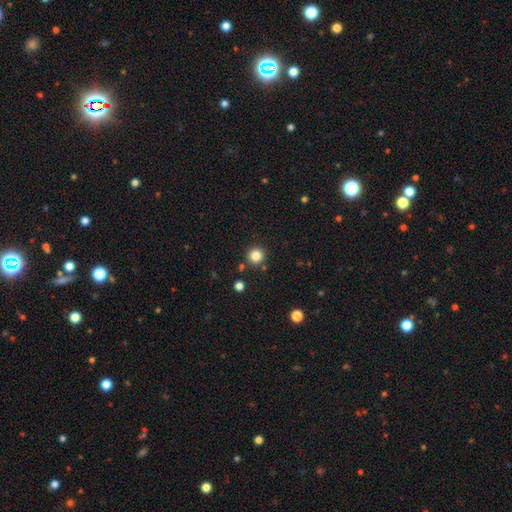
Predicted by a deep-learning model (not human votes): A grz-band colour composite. It shows a smooth galaxy with no disk features (83%) that is round (94%). Merging: none (89%).